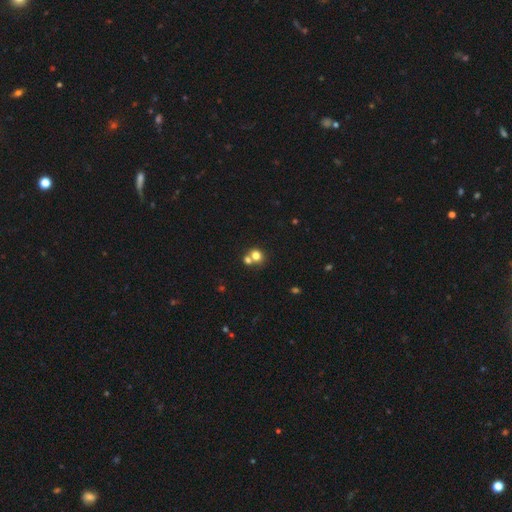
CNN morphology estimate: This is likely a smooth galaxy (75%). How rounded: likely round (73%). Merging: possibly none (46%).